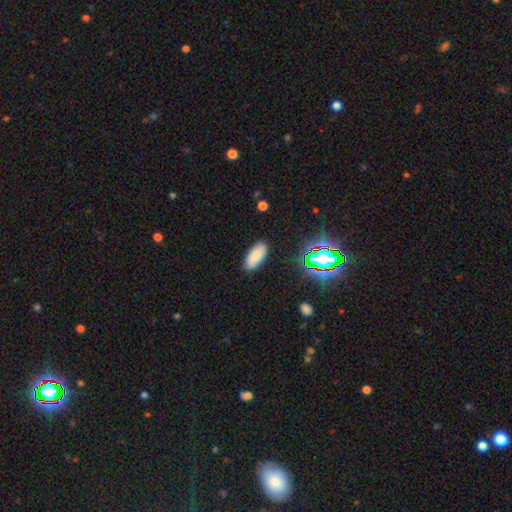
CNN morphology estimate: smooth-or-featured: smooth: 81% | star or artifact: 11% | featured or disk: 9%
  how-rounded: in between: 88% | cigar-shaped: 9% | round: 2%
  merging: none: 87% | minor disturbance: 10% | major disturbance: 2% | merger: 1%